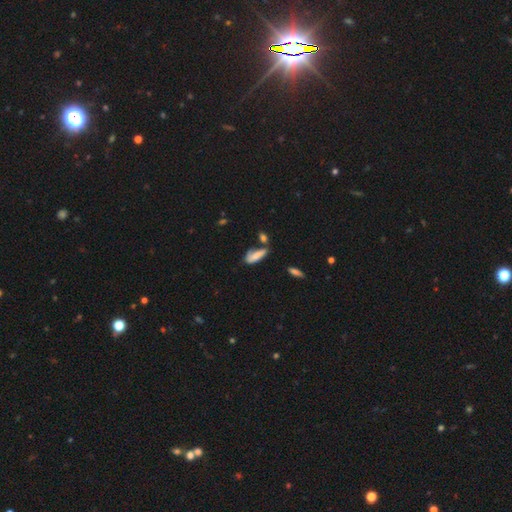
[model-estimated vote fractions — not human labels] This is likely a smooth galaxy (74%). How rounded: likely in between (63%). Merging: marginally none (42%).